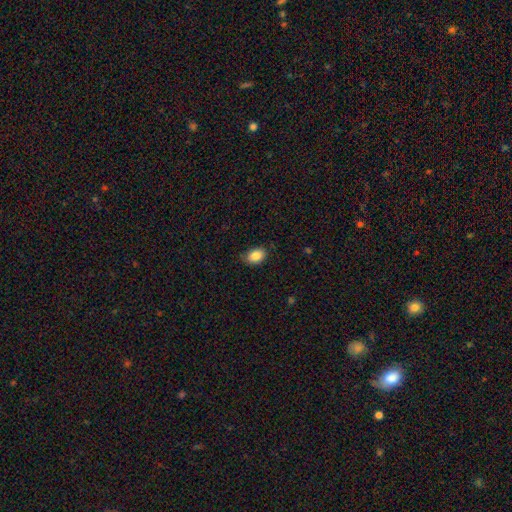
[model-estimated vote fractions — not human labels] This appears to be a smooth galaxy with no disk features (86%) that is in between round and cigar-shaped (83%). Merging: none (77%).